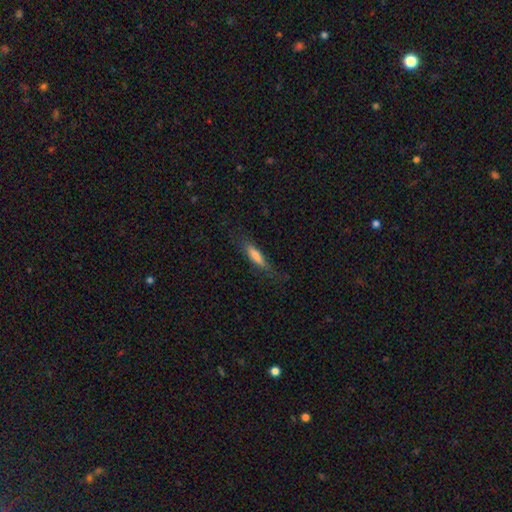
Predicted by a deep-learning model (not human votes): Smooth or featured?
  - smooth: 69% *
  - featured or disk: 23%
  - star or artifact: 8%
How rounded?
  - cigar-shaped: 77% *
  - in between: 21%
  - round: 2%
Merging?
  - none: 73% *
  - minor disturbance: 19%
  - major disturbance: 7%
  - merger: 1%